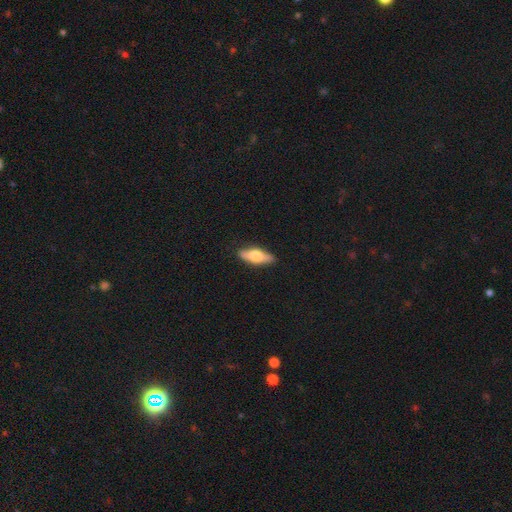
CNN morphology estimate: The model was most divided on "smooth or featured": smooth: 51%, featured or disk: 43%, star or artifact: 6%. More confident: merging — none (87%); how rounded — in between (63%).